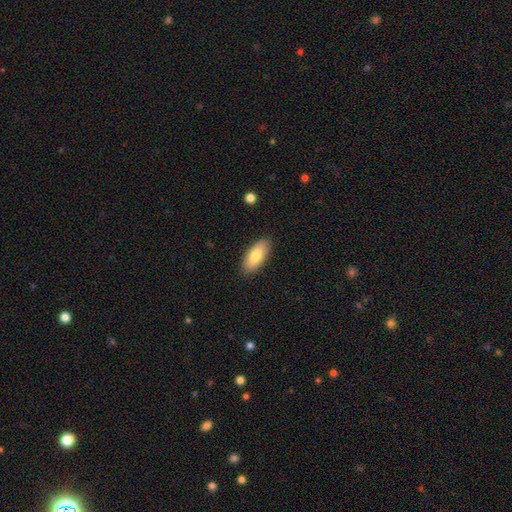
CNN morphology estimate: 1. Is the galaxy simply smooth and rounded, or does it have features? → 80% smooth, 14% featured or disk, 6% star or artifact.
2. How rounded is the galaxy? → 84% in between, 14% cigar-shaped, 2% round.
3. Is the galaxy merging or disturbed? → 88% none, 9% minor disturbance, 2% major disturbance, 1% merger.